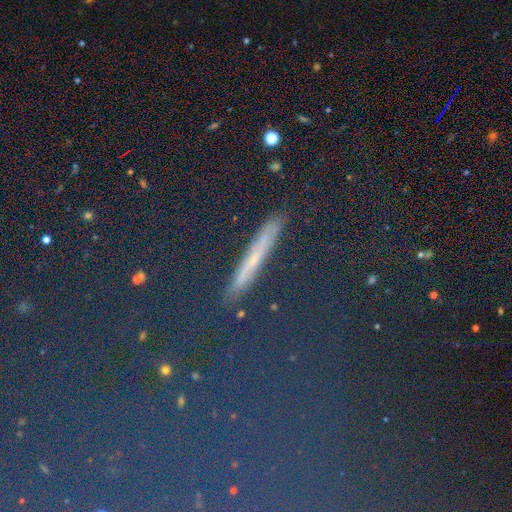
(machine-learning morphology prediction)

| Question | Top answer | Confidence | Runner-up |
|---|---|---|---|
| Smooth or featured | star or artifact | 45% | smooth (32%) |